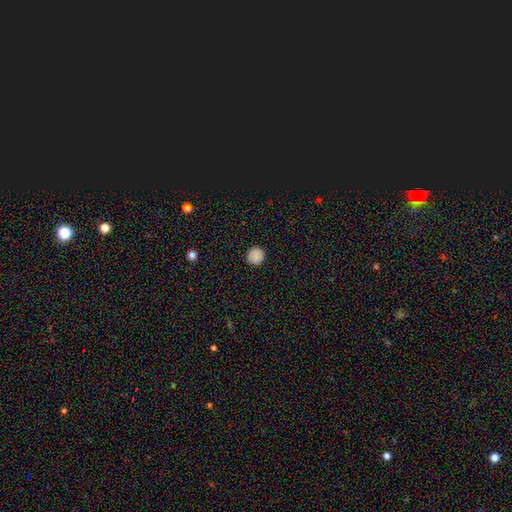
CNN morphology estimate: smooth_or_featured: smooth (p=0.86) [alt: star or artifact p=0.10]
how_rounded: round (p=0.93) [alt: in between p=0.06]
merging: none (p=0.90) [alt: minor disturbance p=0.07]